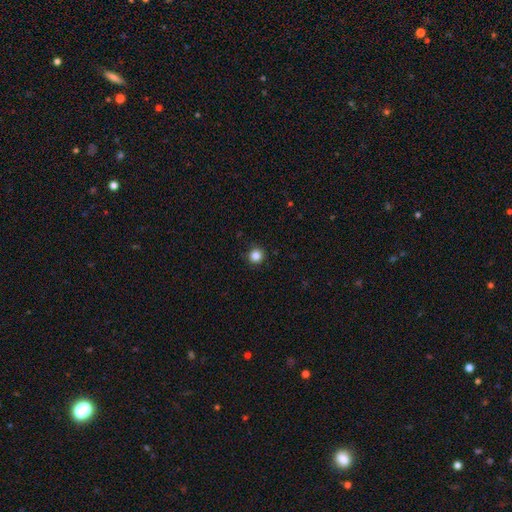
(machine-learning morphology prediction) The model was most divided on "smooth or featured": smooth: 85%, star or artifact: 12%, featured or disk: 4%. More confident: how rounded — round (95%); merging — none (92%).